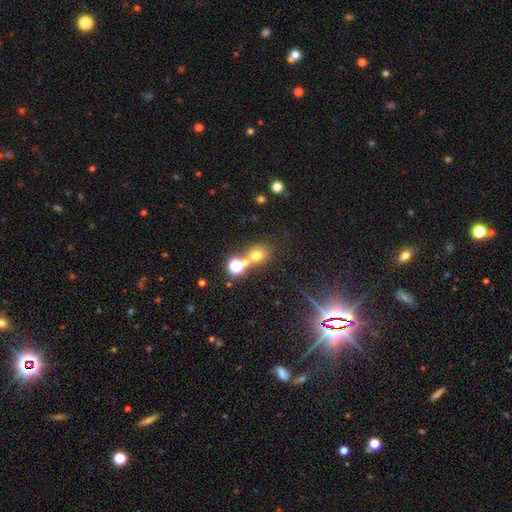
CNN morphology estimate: A smooth galaxy with no disk features (62%) that is round (76%). Merging: none (58%).